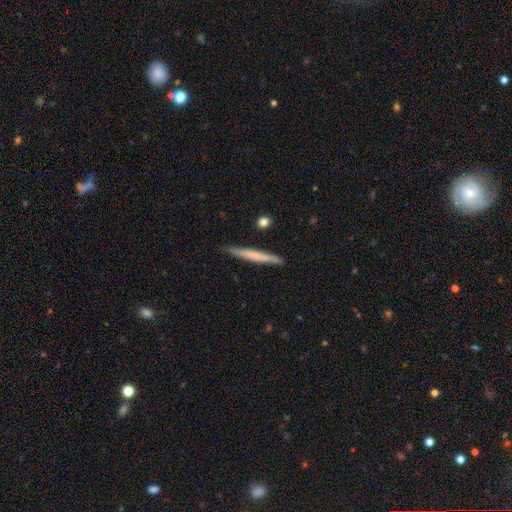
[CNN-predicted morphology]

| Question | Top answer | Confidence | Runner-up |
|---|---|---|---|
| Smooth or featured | smooth | 56% | featured or disk (38%) |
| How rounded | cigar-shaped | 96% | in between (3%) |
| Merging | none | 87% | minor disturbance (10%) |